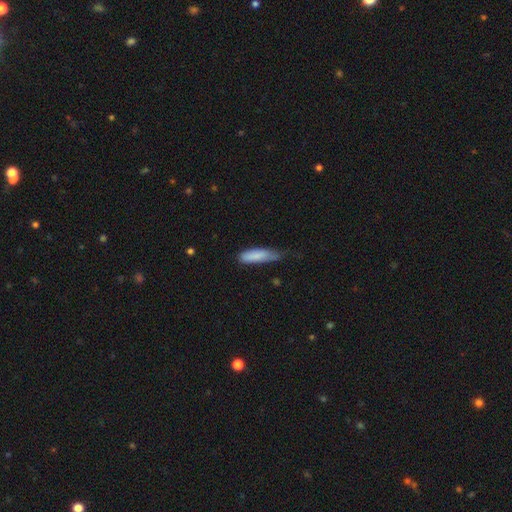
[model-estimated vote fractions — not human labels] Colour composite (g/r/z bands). It shows a smooth galaxy with no disk features (84%) that is cigar-shaped (57%). Merging: minor disturbance (47%).